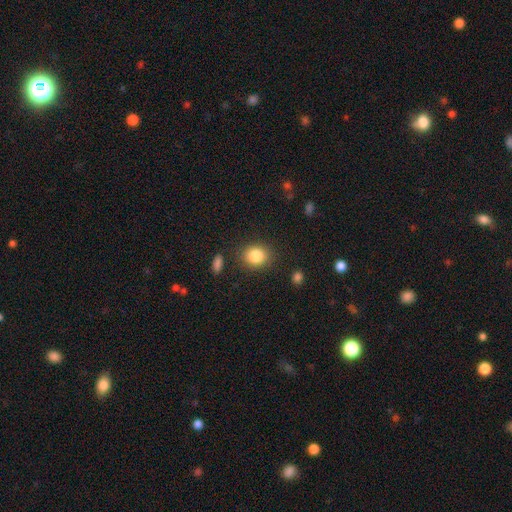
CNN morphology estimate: smooth 85%, star or artifact 9%, featured or disk 6%. Down the decision tree: how rounded — round (65%); merging — none (84%).